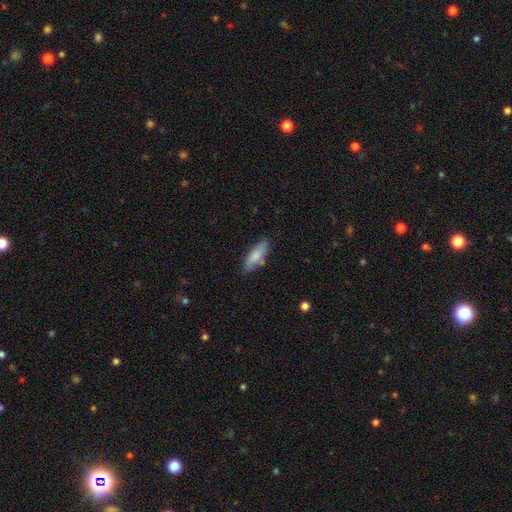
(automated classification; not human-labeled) Smooth or featured: smooth — 78% (featured or disk — 16%)
How rounded: in between — 62% (cigar-shaped — 36%)
Merging: none — 76% (minor disturbance — 16%)